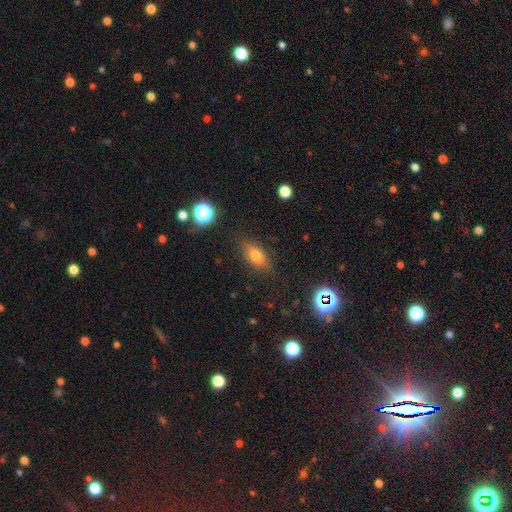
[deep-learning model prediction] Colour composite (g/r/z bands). It shows a smooth galaxy with no disk features (74%) that is in between round and cigar-shaped (81%). Merging: none (82%).